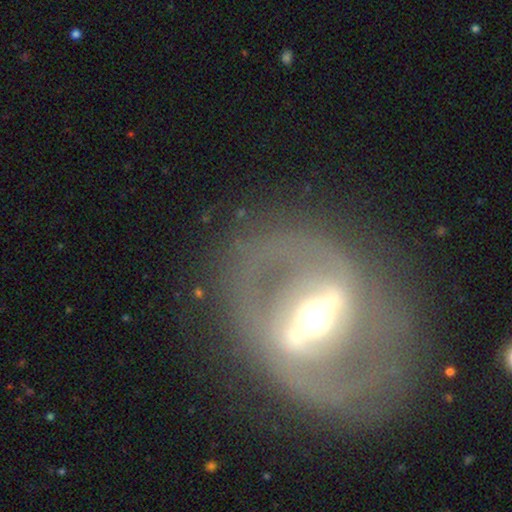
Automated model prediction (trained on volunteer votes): Overall: featured or disk (85%). Edge-on disk: no (92%). Bar: strong (72%). Spiral arms: yes (70%). Spiral arm count: 2 (78%). Spiral winding: medium (42%; tight 39%). Bulge size: moderate (60%; large 22%). Merging: none (74%).